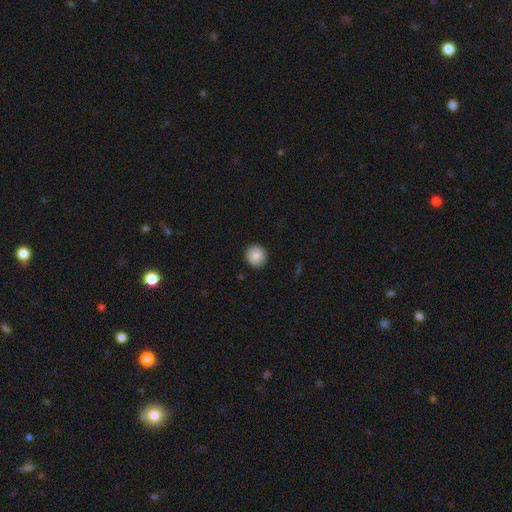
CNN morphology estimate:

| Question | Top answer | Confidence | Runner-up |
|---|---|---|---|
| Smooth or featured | smooth | 87% | star or artifact (7%) |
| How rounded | round | 92% | in between (7%) |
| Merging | none | 91% | minor disturbance (7%) |